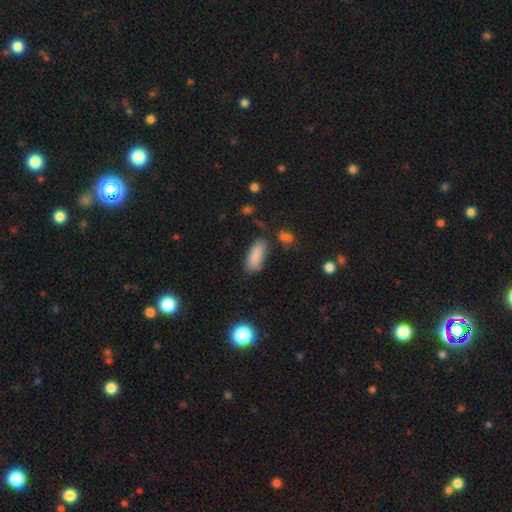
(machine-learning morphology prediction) A smooth galaxy with no disk features (86%) that is in between round and cigar-shaped (79%).

Vote fractions:
- Smooth or featured? smooth: 86% / star or artifact: 7% / featured or disk: 6%
- How rounded? in between: 79% / cigar-shaped: 19% / round: 2%
- Merging? none: 75% / minor disturbance: 16% / major disturbance: 4% / merger: 4%